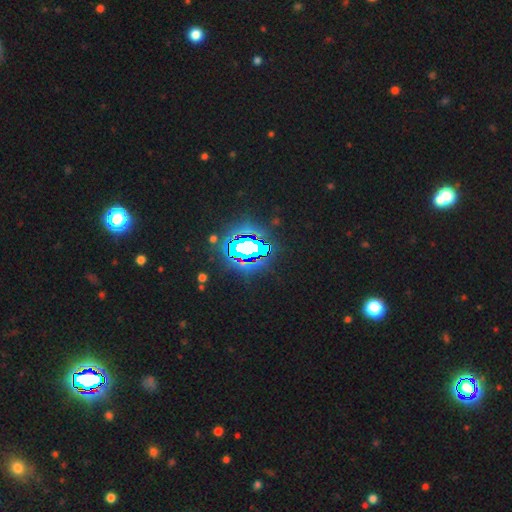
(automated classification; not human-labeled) Smooth or featured: star or artifact — 75% (smooth — 13%)